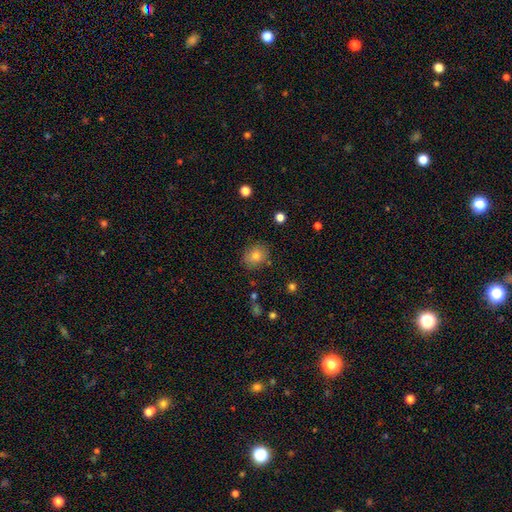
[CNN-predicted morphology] Smooth or featured? Predicted: smooth (p=0.78). How rounded? Predicted: round (p=0.56). Merging? Predicted: none (p=0.84).